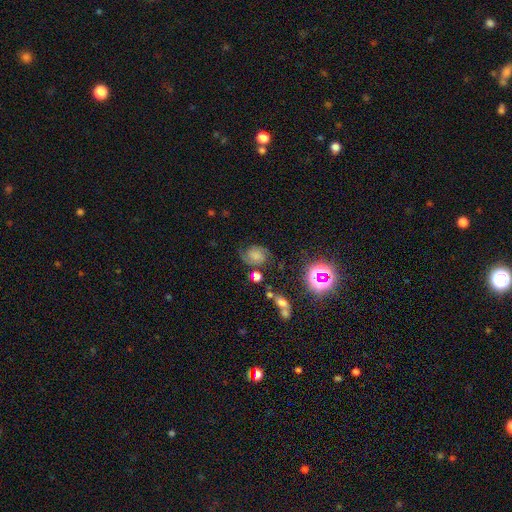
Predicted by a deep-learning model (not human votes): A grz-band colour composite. It shows a featured or disk galaxy (61%) with no bar (61%), 2 (84%) medium (47%) spiral arms (93%) and no central bulge (35%). Merging: none (69%).